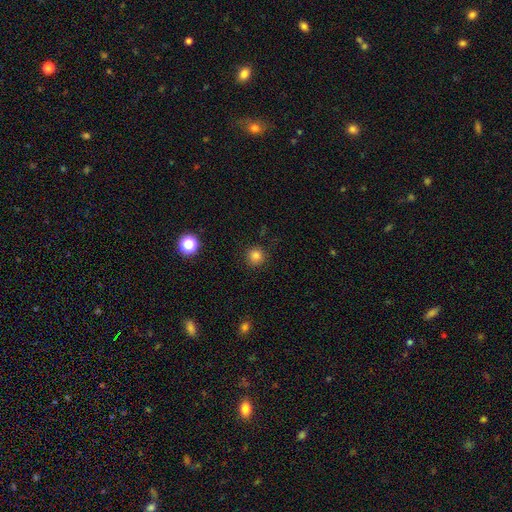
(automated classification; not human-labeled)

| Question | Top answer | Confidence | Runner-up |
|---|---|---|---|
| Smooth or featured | smooth | 82% | star or artifact (13%) |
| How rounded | round | 95% | in between (4%) |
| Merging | none | 90% | minor disturbance (7%) |